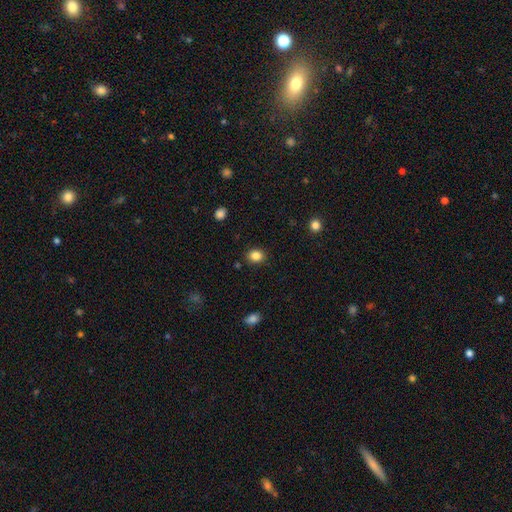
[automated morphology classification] smooth-or-featured: smooth: 85% | star or artifact: 10% | featured or disk: 4%
  how-rounded: round: 61% | in between: 38% | cigar-shaped: 1%
  merging: none: 88% | minor disturbance: 9% | major disturbance: 2% | merger: 1%